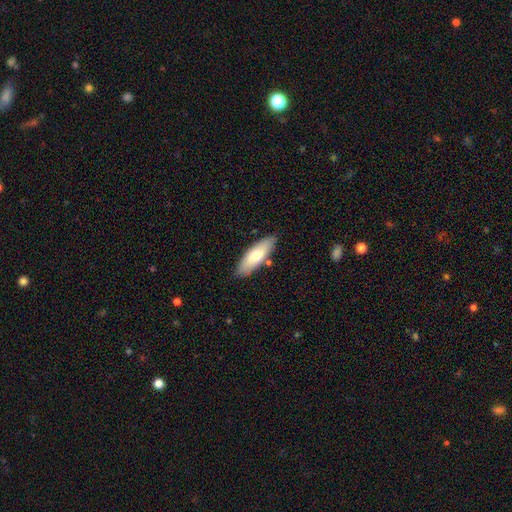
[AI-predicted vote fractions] This is likely a smooth galaxy (70%). How rounded: likely in between (62%). Merging: clearly none (84%).